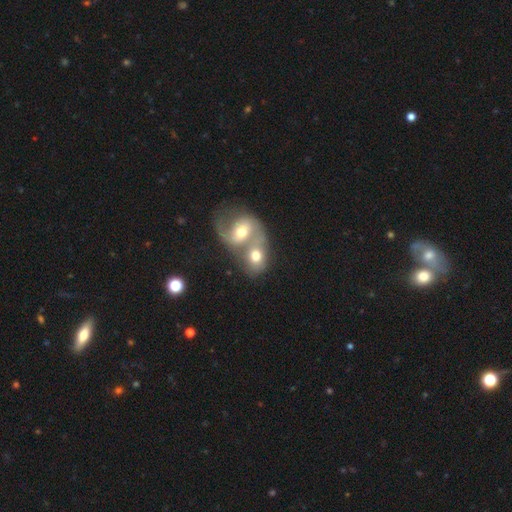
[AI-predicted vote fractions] Smooth or featured? Predicted: smooth (p=0.48). Merging? Predicted: merger (p=0.73).